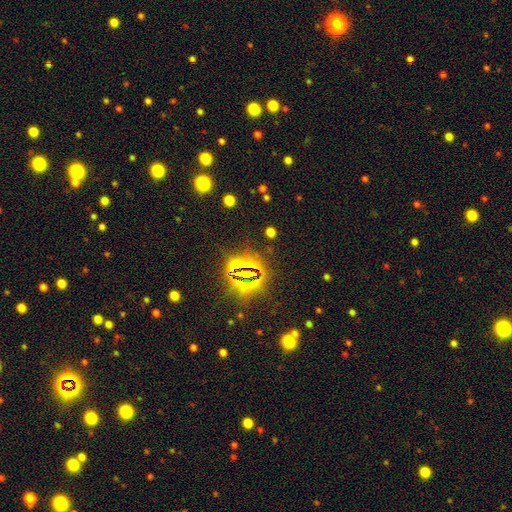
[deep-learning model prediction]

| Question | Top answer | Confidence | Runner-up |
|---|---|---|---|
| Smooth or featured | star or artifact | 80% | smooth (12%) |